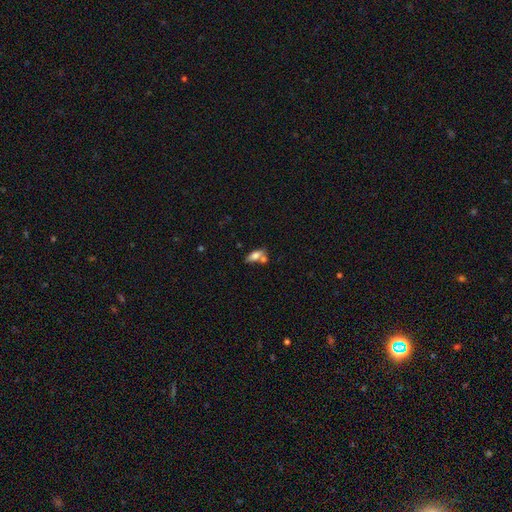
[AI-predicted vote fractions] Morphology: type=smooth (69%); roundness=in between (80%); merging=none (47%).